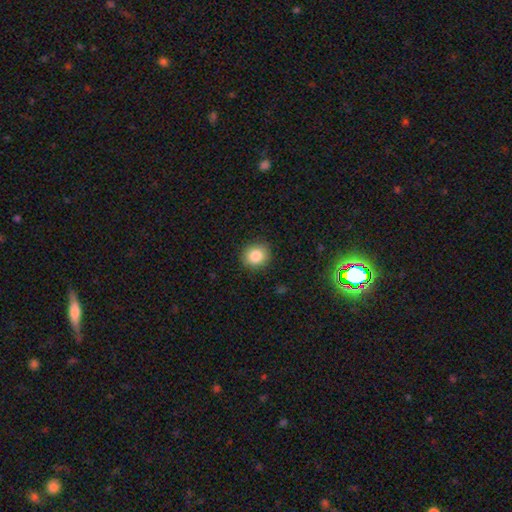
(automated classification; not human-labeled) smooth 86%, star or artifact 9%, featured or disk 5%. Down the decision tree: how rounded — round (82%); merging — none (90%).